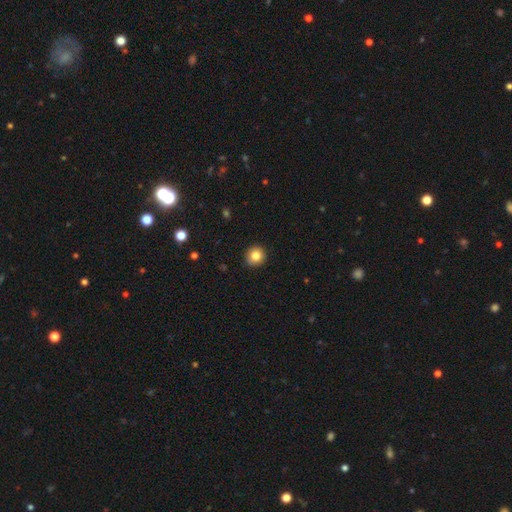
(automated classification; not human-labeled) smooth-or-featured: smooth: 84% | star or artifact: 10% | featured or disk: 6%
  how-rounded: round: 92% | in between: 7% | cigar-shaped: 1%
  merging: none: 91% | minor disturbance: 7% | major disturbance: 2% | merger: 1%